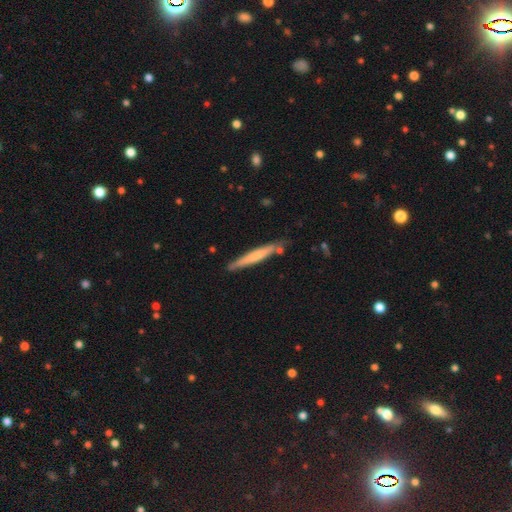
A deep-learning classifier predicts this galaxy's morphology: smooth 60%, featured or disk 35%, star or artifact 5%. Down the decision tree: how rounded — cigar-shaped (96%); merging — none (80%).